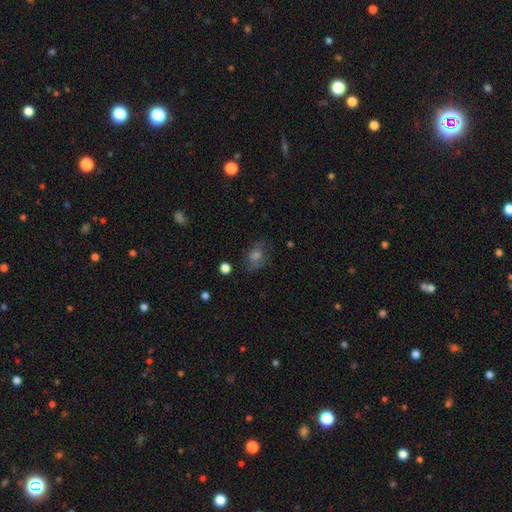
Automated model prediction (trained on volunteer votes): A smooth galaxy with no disk features (55%) that is in between round and cigar-shaped (54%). Merging: none (72%).